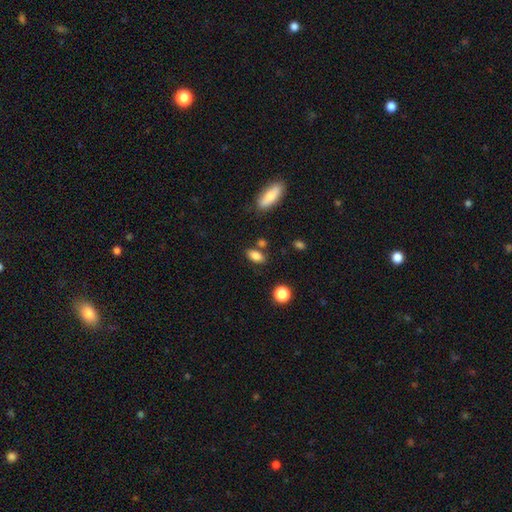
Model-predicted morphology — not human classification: Smooth or featured? Predicted: smooth (p=0.83). How rounded? Predicted: in between (p=0.85). Merging? Predicted: none (p=0.72).